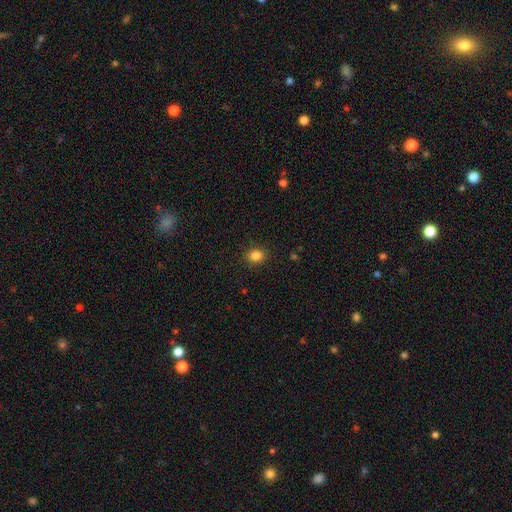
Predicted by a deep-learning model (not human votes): This appears to be a smooth galaxy with no disk features (84%) that is round (61%). Merging: none (88%).